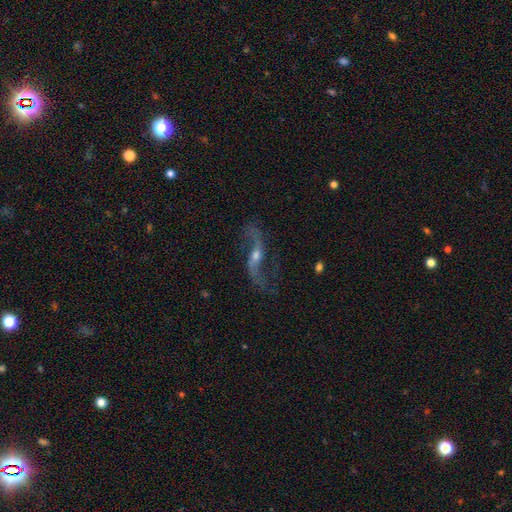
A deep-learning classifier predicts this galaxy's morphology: type=featured or disk (89%); edge-on=no (89%); bar=no (39%); spiral arms=yes (95%); winding=loose (90%); arm count=2 (94%); bulge=moderate (55%); merging=none (73%).